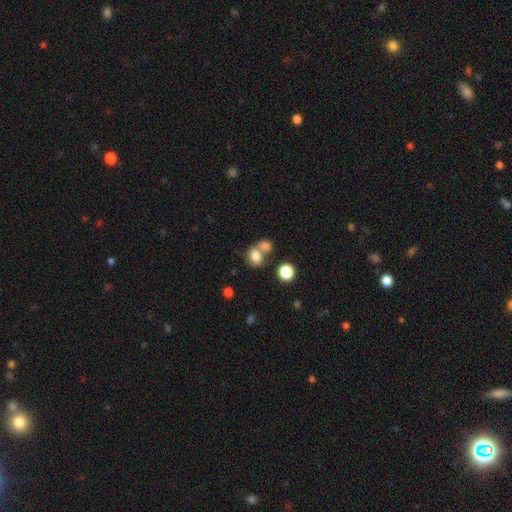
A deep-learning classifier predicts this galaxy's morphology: Overall: smooth (79%). How rounded: in between (54%; round 45%). Merging: merger (48%; none 37%).